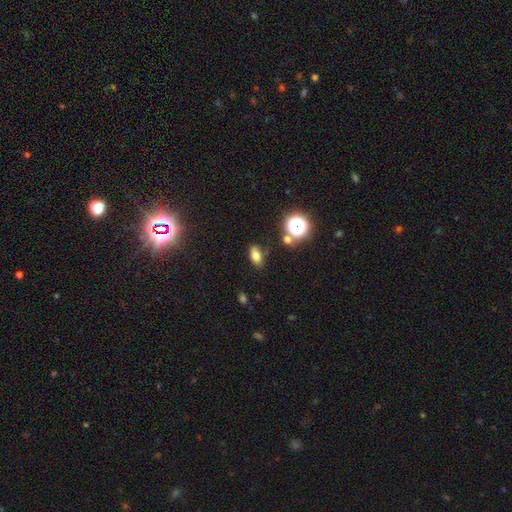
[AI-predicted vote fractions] Overall: smooth (72%). How rounded: in between (79%). Merging: none (82%).